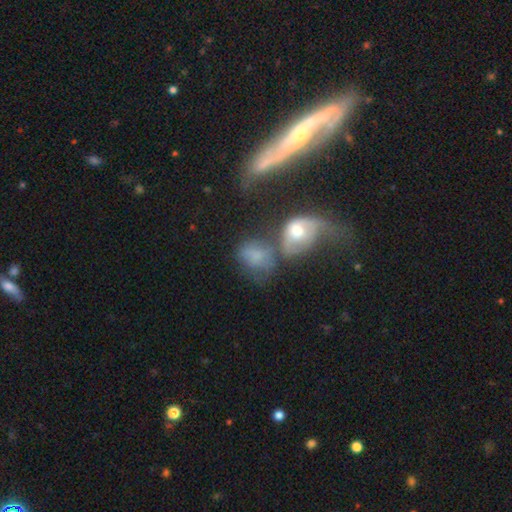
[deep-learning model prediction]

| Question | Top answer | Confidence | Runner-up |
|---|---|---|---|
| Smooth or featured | smooth | 60% | featured or disk (27%) |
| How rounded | in between | 62% | round (37%) |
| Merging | merger | 49% | none (19%) |